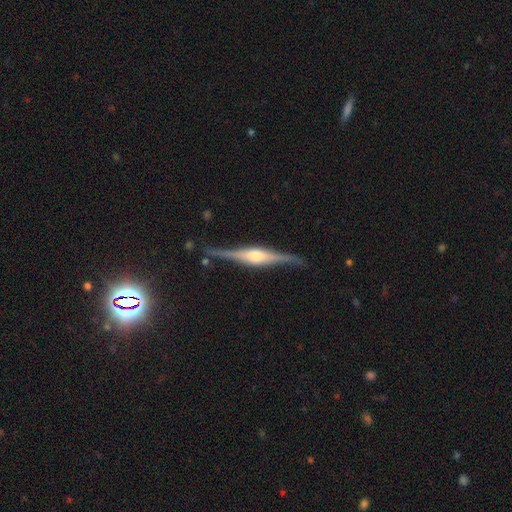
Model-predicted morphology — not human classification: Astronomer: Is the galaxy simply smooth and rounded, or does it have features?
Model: featured or disk — 85%.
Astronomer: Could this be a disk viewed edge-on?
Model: yes — 97%.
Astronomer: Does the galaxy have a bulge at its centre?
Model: rounded — 82%.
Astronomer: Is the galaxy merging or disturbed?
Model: none — 83%.